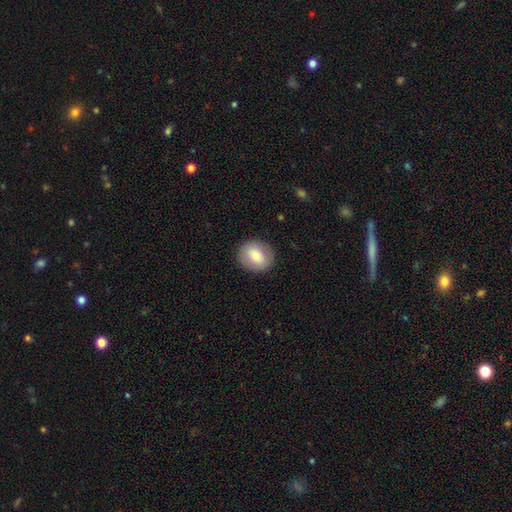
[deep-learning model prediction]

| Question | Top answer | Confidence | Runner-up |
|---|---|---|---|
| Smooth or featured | smooth | 78% | featured or disk (15%) |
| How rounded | round | 69% | in between (30%) |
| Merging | none | 87% | minor disturbance (9%) |